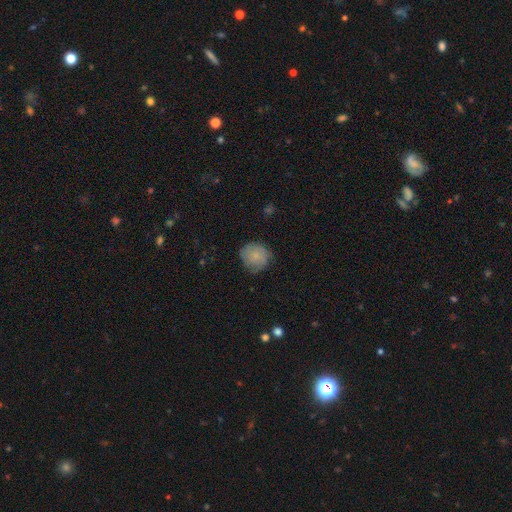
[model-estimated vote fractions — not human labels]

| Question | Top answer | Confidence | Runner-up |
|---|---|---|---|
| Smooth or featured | smooth | 73% | featured or disk (19%) |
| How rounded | round | 86% | in between (12%) |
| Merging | none | 73% | minor disturbance (21%) |